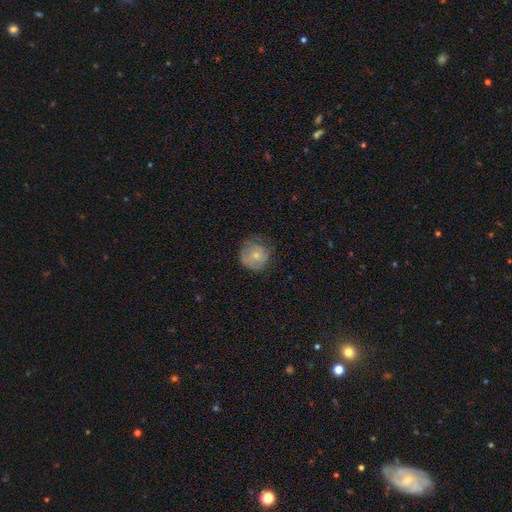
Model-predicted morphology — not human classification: The model was most divided on "smooth or featured": smooth: 63%, featured or disk: 30%, star or artifact: 8%. More confident: how rounded — round (91%); merging — none (66%).